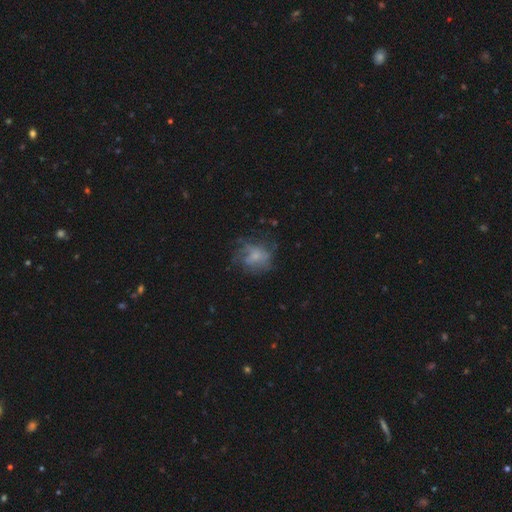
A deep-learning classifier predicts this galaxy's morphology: A featured or disk galaxy (46%).

Vote fractions:
- Smooth or featured? featured or disk: 46% / smooth: 41% / star or artifact: 13%
- Merging? none: 50% / major disturbance: 26% / minor disturbance: 22% / merger: 2%